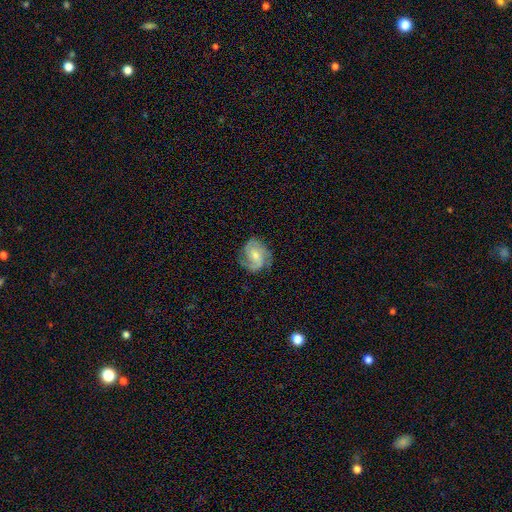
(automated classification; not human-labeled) smooth-or-featured: featured or disk: 75% | smooth: 19% | star or artifact: 6%
  disk-edge-on: no: 98% | yes: 2%
    bar: no: 47% | weak: 42% | strong: 11%
    has-spiral-arms: yes: 94% | no: 6%
      spiral-winding: medium: 47% | tight: 32% | loose: 21%
      spiral-arm-count: 2: 70% | can't tell: 11% | 3: 9% | 1: 6% | 4: 2% | more than 4: 2%
    bulge-size: small: 49% | moderate: 43% | none: 3% | large: 3% | dominant: 1%
  merging: none: 68% | minor disturbance: 21% | major disturbance: 9% | merger: 1%